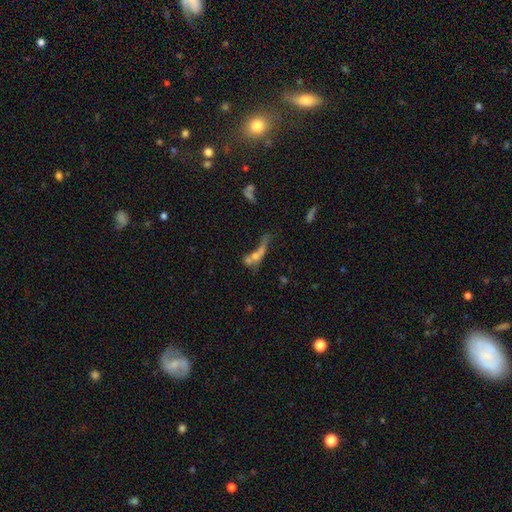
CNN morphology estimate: smooth_or_featured: smooth (p=0.46) [alt: featured or disk p=0.39]
merging: merger (p=0.47) [alt: major disturbance p=0.22]